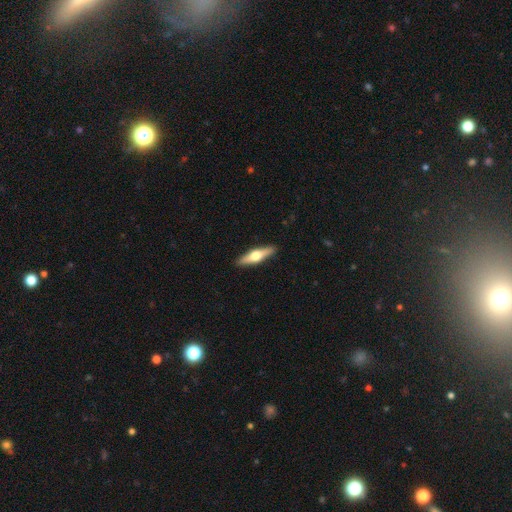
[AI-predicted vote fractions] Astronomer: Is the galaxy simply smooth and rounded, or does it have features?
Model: featured or disk — 58% (runner-up: smooth, 36%).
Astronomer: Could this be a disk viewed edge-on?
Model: yes — 95%.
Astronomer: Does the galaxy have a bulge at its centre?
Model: rounded — 95%.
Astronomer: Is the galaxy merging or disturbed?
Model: none — 91%.